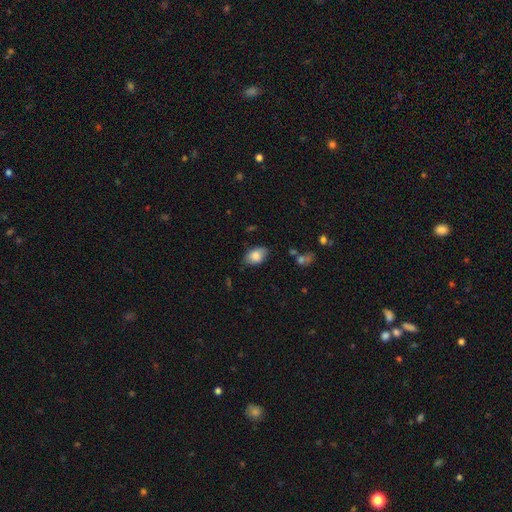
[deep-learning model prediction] The model was most divided on "merging": none: 75%, minor disturbance: 20%, major disturbance: 4%, merger: 2%. More confident: how rounded — in between (88%); smooth or featured — smooth (82%).